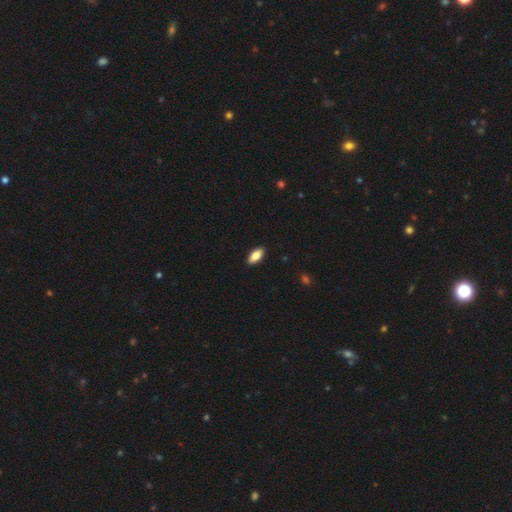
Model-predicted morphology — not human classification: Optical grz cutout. It shows a smooth galaxy with no disk features (84%) that is in between round and cigar-shaped (89%). Merging: none (91%).